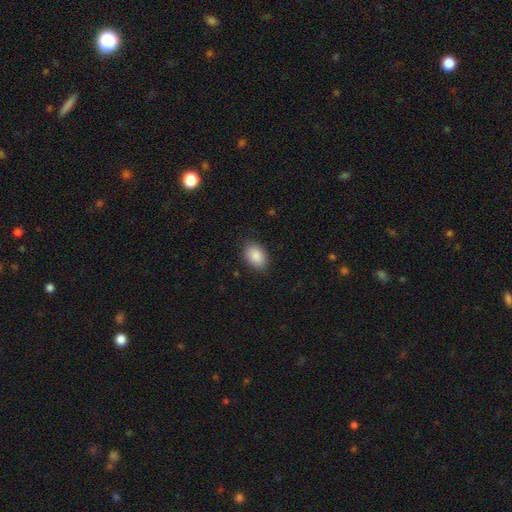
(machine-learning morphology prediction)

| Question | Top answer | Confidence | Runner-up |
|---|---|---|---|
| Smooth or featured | smooth | 89% | star or artifact (7%) |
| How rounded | in between | 85% | round (14%) |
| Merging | none | 86% | minor disturbance (11%) |